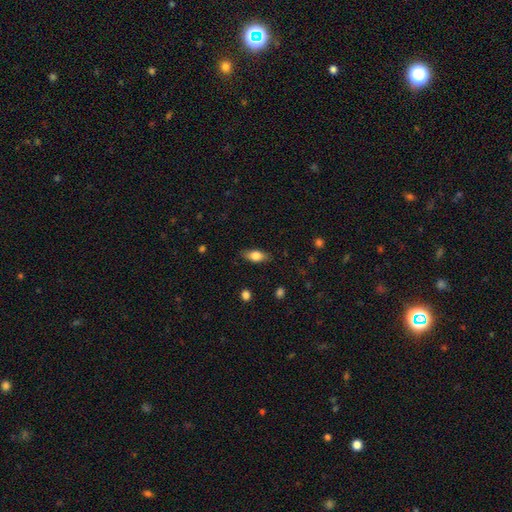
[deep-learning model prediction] This appears to be a smooth galaxy with no disk features (78%) that is in between round and cigar-shaped (85%). Merging: none (82%).